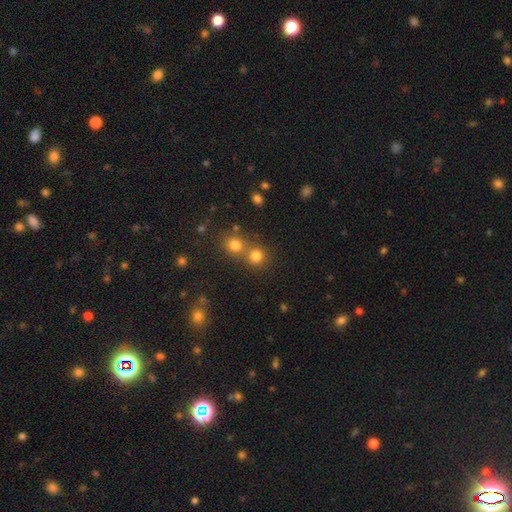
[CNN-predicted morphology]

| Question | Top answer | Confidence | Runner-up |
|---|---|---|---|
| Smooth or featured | smooth | 78% | star or artifact (15%) |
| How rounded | round | 88% | in between (11%) |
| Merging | none | 56% | merger (35%) |